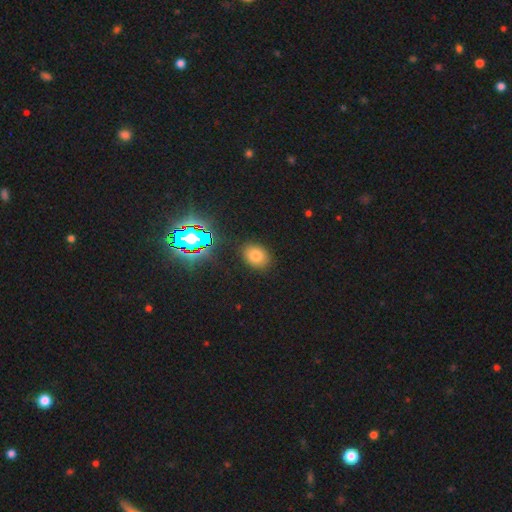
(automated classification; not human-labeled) Morphology: type=smooth (73%); roundness=in between (62%); merging=none (87%).